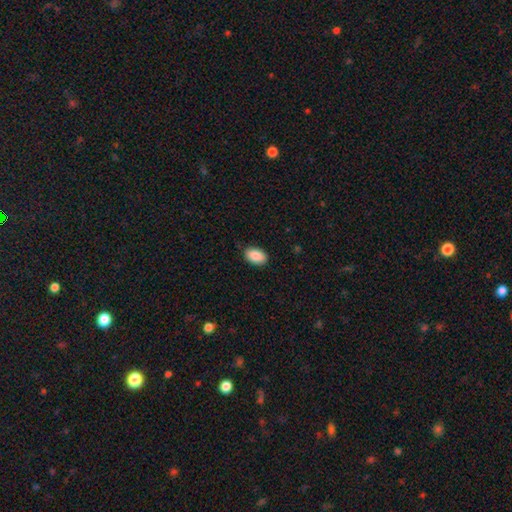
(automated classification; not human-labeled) The model was most divided on "merging": none: 86%, minor disturbance: 11%, major disturbance: 2%, merger: 1%. More confident: how rounded — in between (91%); smooth or featured — smooth (89%).